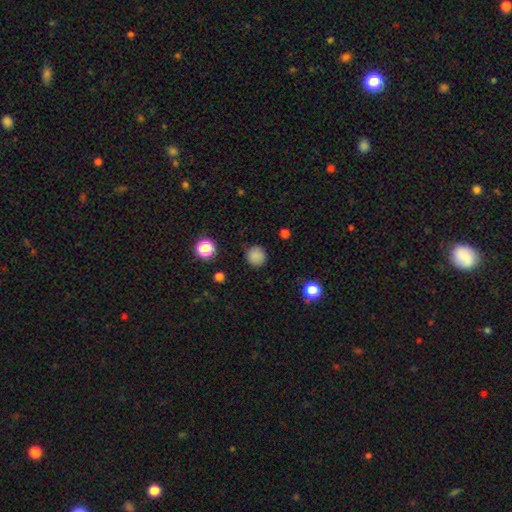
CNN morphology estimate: Smooth or featured: smooth — 84% (star or artifact — 12%)
How rounded: round — 93% (in between — 6%)
Merging: none — 86% (minor disturbance — 10%)